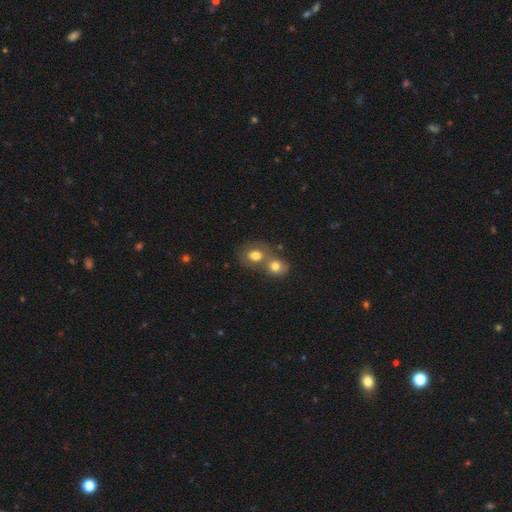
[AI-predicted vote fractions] The model was most divided on "how rounded": round: 62%, in between: 37%, cigar-shaped: 1%. More confident: smooth or featured — smooth (75%); merging — merger (59%).